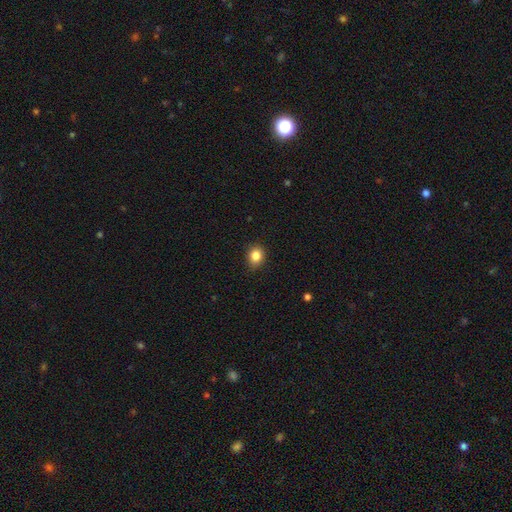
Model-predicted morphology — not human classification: smooth_or_featured: smooth (p=0.85) [alt: star or artifact p=0.10]
how_rounded: round (p=0.65) [alt: in between p=0.34]
merging: none (p=0.87) [alt: minor disturbance p=0.10]